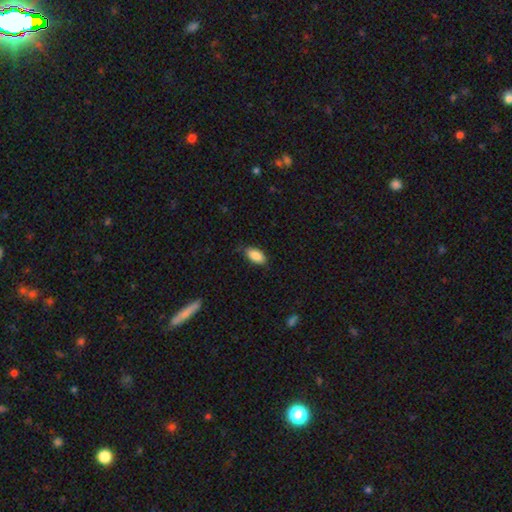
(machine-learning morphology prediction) A smooth galaxy with no disk features (88%) that is in between round and cigar-shaped (92%).

Vote fractions:
- Smooth or featured? smooth: 88% / star or artifact: 7% / featured or disk: 5%
- How rounded? in between: 92% / cigar-shaped: 5% / round: 3%
- Merging? none: 78% / minor disturbance: 18% / major disturbance: 3% / merger: 1%